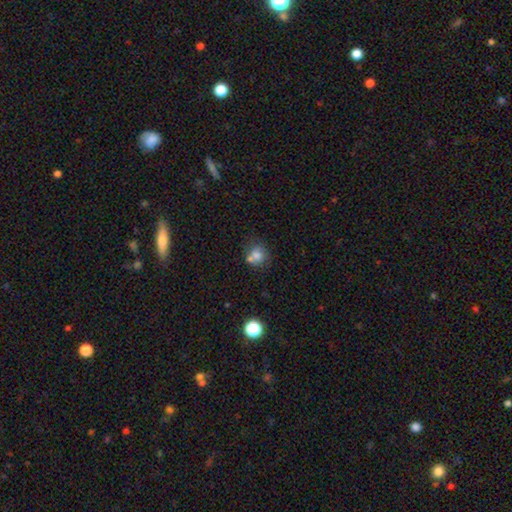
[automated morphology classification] Smooth or featured: smooth — 75% (featured or disk — 13%)
How rounded: round — 79% (in between — 20%)
Merging: none — 48% (merger — 33%)